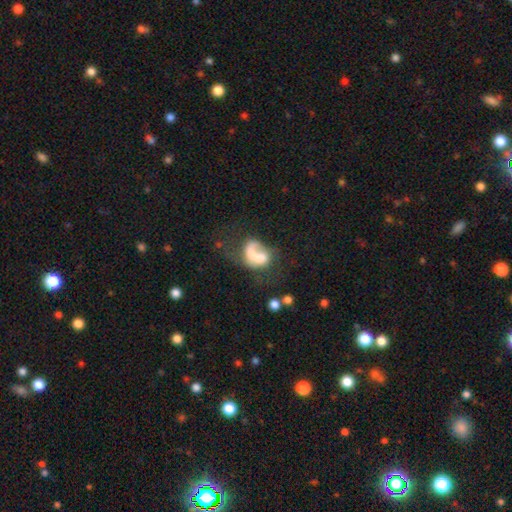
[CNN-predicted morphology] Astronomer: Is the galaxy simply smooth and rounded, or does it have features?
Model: smooth — 47% (runner-up: featured or disk, 44%).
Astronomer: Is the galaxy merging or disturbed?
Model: merger — 50%.